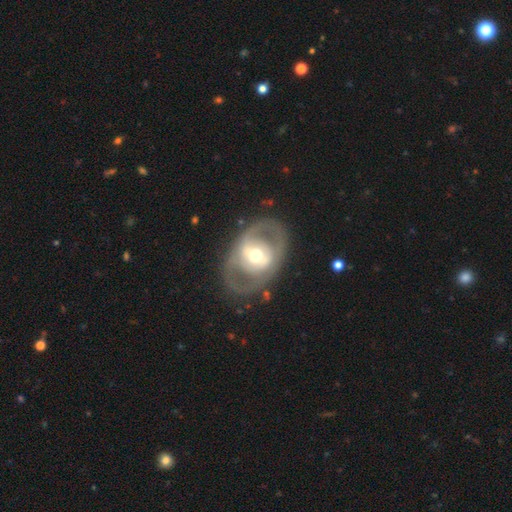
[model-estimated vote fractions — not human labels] This is likely a featured or disk galaxy (68%). It is clearly not viewed edge-on (92%). Bar: marginally no (43%). Spiral arm pattern: likely no (70%). Central bulge: likely moderate (67%). Merging: likely none (75%).